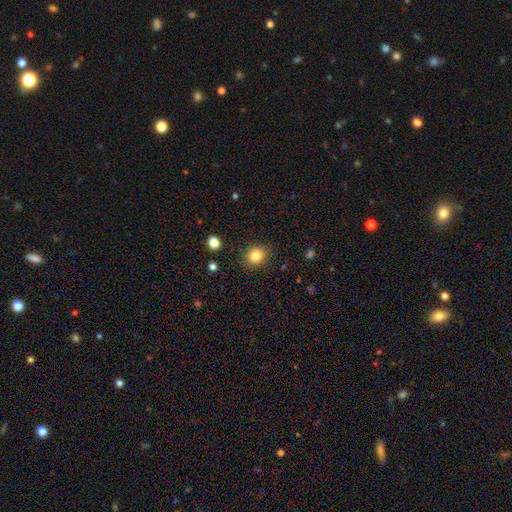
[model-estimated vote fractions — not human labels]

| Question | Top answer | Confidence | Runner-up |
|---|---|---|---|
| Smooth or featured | smooth | 82% | star or artifact (11%) |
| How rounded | round | 78% | in between (22%) |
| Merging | none | 88% | minor disturbance (8%) |